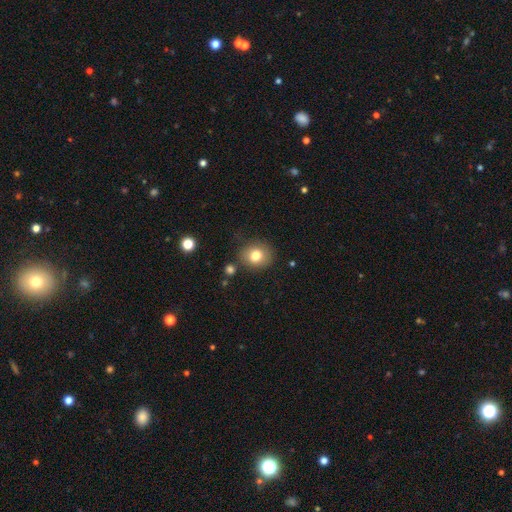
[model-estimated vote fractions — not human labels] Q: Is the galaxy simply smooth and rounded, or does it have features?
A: smooth — 78%.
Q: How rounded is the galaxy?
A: round — 79%.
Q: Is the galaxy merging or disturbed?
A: none — 81%.